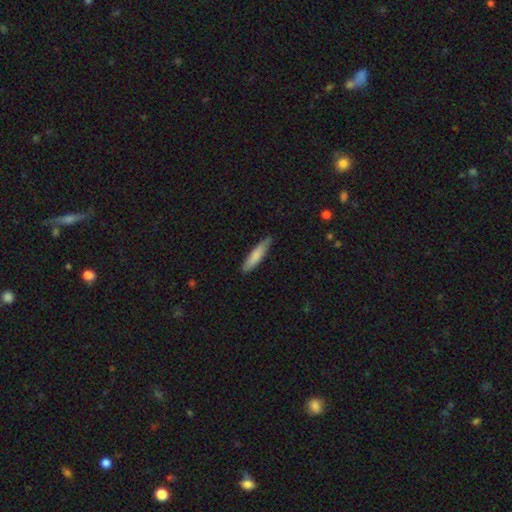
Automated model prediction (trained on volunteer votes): Overall: smooth (80%). How rounded: cigar-shaped (82%). Merging: none (82%).